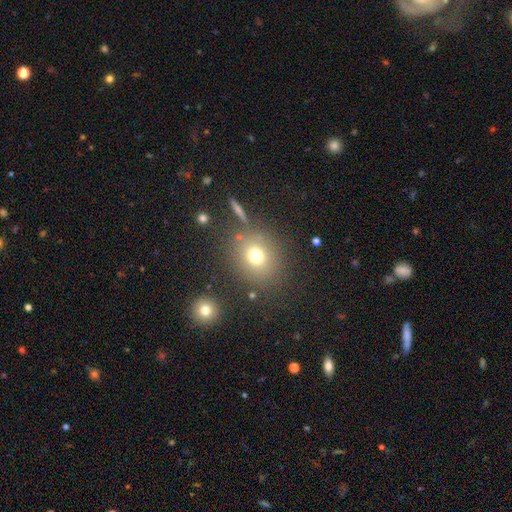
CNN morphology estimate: Q: Smooth or featured?
A: smooth (72%); runner-up: star or artifact (16%)
Q: How rounded?
A: round (74%); runner-up: in between (25%)
Q: Merging?
A: none (77%); runner-up: minor disturbance (11%)